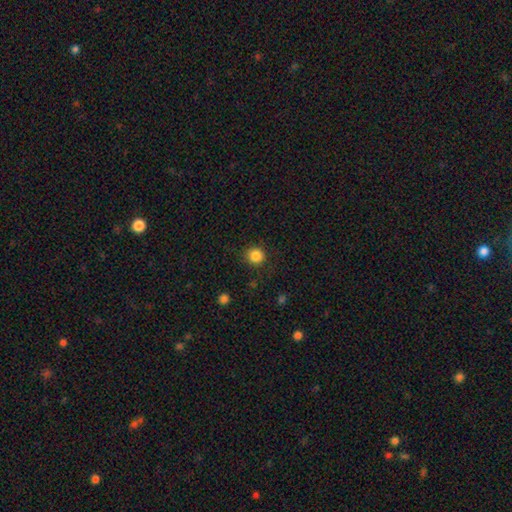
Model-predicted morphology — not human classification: smooth_or_featured: smooth (p=0.85) [alt: star or artifact p=0.11]
how_rounded: round (p=0.93) [alt: in between p=0.06]
merging: none (p=0.88) [alt: minor disturbance p=0.08]